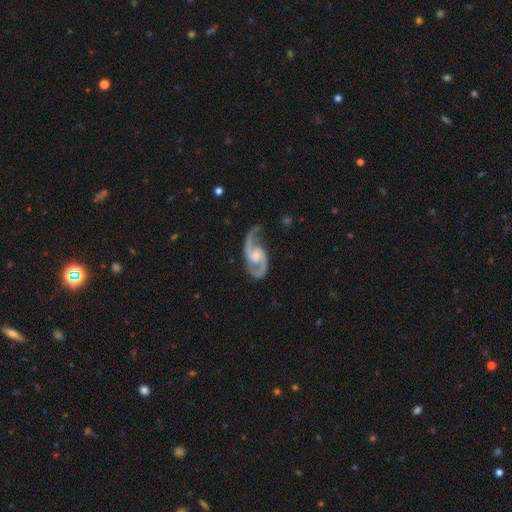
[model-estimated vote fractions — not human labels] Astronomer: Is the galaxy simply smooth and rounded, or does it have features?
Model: featured or disk — 92%.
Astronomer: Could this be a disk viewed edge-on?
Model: no — 97%.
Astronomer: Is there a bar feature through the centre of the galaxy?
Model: no — 48% (runner-up: weak, 42%).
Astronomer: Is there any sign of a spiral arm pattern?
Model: yes — 98%.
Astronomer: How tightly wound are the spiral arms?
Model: medium — 54% (runner-up: loose, 31%).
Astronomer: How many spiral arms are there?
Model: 2 — 92%.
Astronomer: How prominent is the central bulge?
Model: moderate — 47% (runner-up: small, 38%).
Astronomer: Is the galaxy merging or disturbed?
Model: none — 67%.